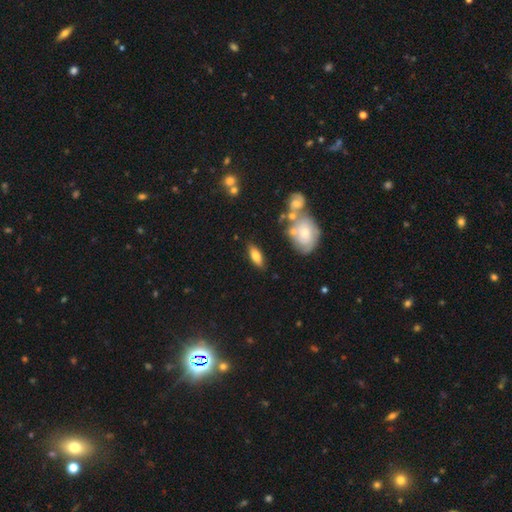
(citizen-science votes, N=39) This is likely a smooth galaxy (74%). How rounded: likely in between (69%). Merging: likely none (78%).